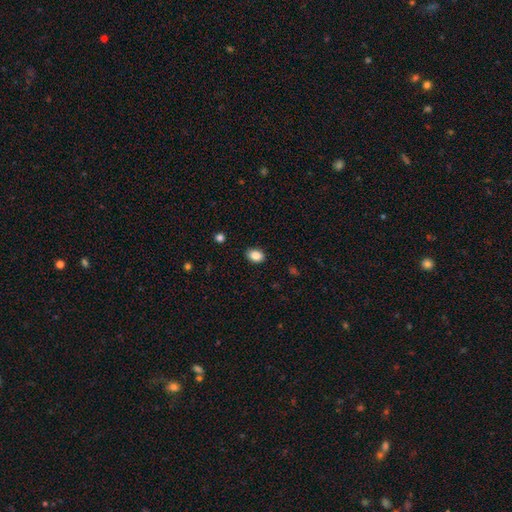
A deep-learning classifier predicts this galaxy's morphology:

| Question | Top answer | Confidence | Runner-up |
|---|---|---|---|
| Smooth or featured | smooth | 87% | star or artifact (9%) |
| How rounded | in between | 75% | round (24%) |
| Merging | none | 88% | minor disturbance (9%) |